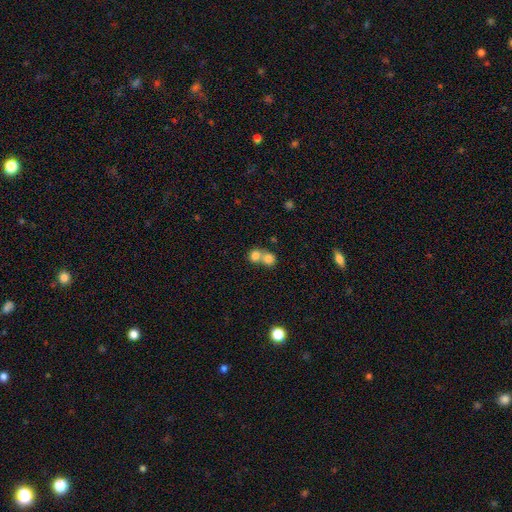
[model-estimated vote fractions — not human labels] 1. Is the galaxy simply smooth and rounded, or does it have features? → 77% smooth, 12% featured or disk, 10% star or artifact.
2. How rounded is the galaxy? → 78% round, 21% in between, 1% cigar-shaped.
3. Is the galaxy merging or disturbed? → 65% merger, 29% none, 4% minor disturbance, 2% major disturbance.